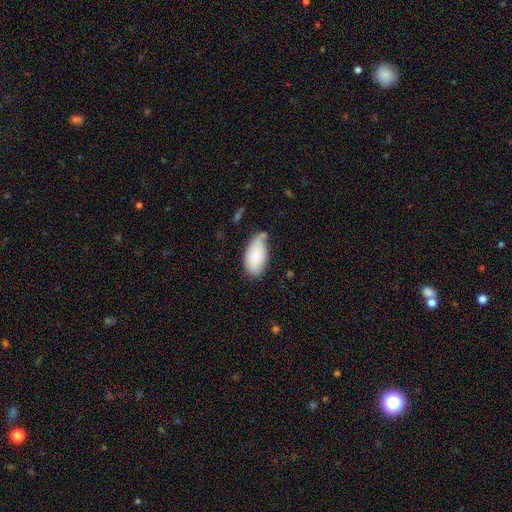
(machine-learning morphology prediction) Q: Smooth or featured?
A: smooth (80%); runner-up: featured or disk (13%)
Q: How rounded?
A: in between (95%); runner-up: cigar-shaped (3%)
Q: Merging?
A: none (51%); runner-up: minor disturbance (33%)